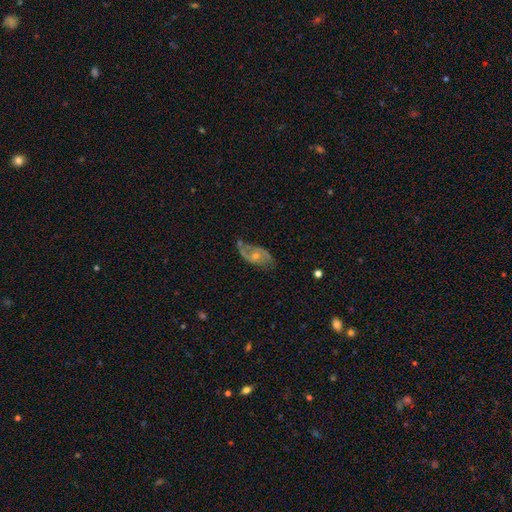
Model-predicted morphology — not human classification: Overall: featured or disk (75%). Edge-on disk: no (94%). Bar: no (64%; weak 30%). Spiral arms: yes (87%). Spiral arm count: 2 (82%). Spiral winding: loose (44%; medium 41%). Bulge size: small (51%; moderate 44%). Merging: none (59%; minor disturbance 25%).